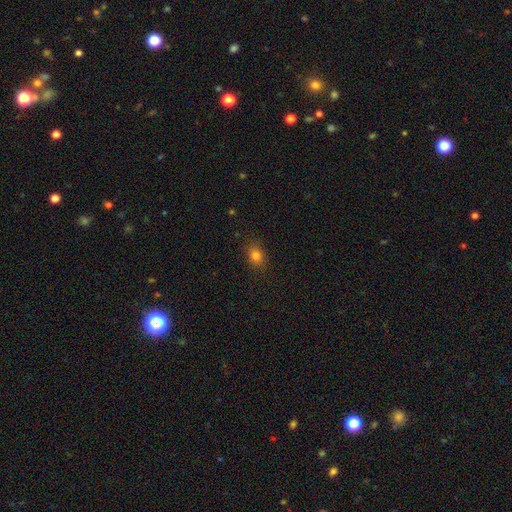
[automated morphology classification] This is clearly a smooth galaxy (80%). How rounded: possibly in between (53%). Merging: clearly none (84%).